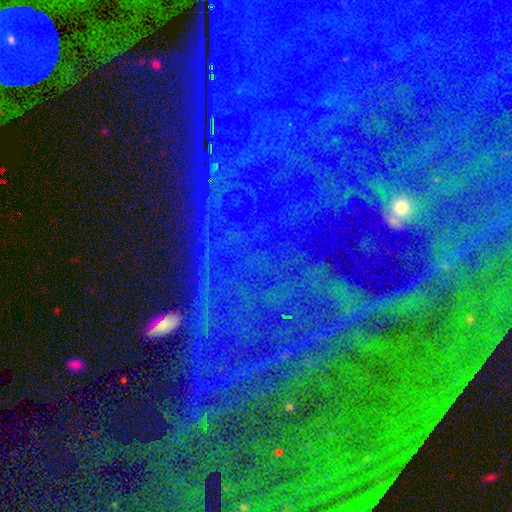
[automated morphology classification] type=star or artifact (80%).